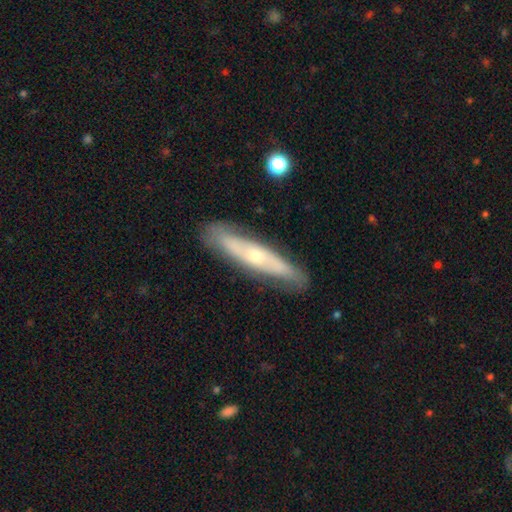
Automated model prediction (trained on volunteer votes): A featured or disk galaxy (62%) viewed edge-on (53%). Merging: none (81%).